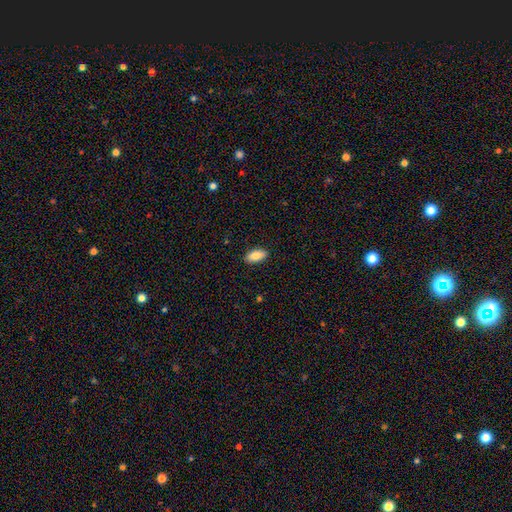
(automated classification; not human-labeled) Smooth or featured? smooth (84%)
How rounded? in between (91%)
Merging? none (89%)